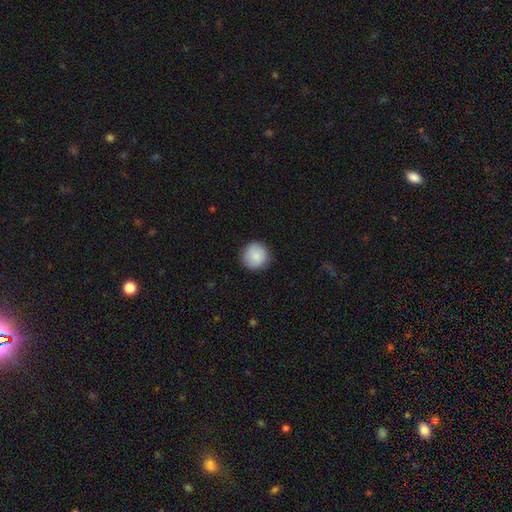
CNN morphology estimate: A smooth galaxy with no disk features (88%) that is round (95%). Merging: none (89%).